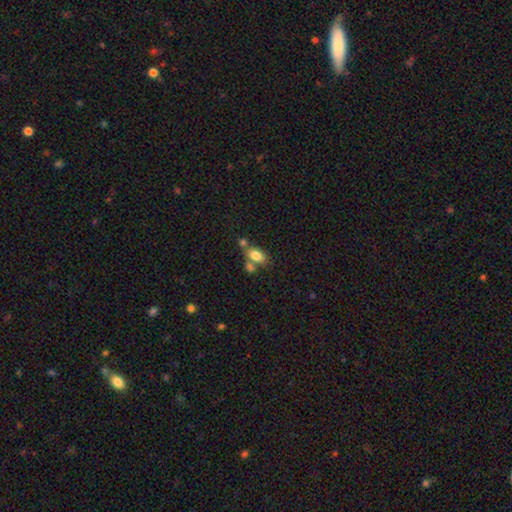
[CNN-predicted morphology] smooth-or-featured: smooth: 80% | featured or disk: 11% | star or artifact: 9%
  how-rounded: in between: 84% | round: 14% | cigar-shaped: 2%
  merging: none: 48% | merger: 34% | minor disturbance: 13% | major disturbance: 5%